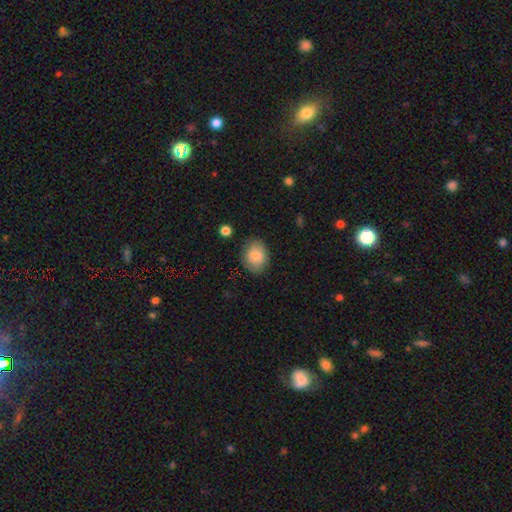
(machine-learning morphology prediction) This is clearly a smooth galaxy (84%). How rounded: likely in between (62%). Merging: clearly none (81%).